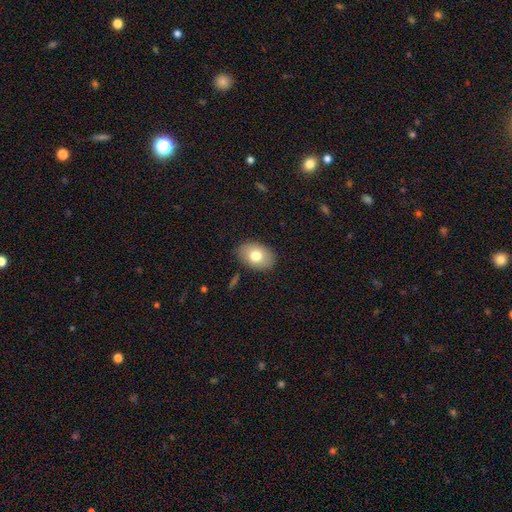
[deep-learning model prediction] A smooth galaxy with no disk features (73%) that is in between round and cigar-shaped (82%). Merging: none (85%).